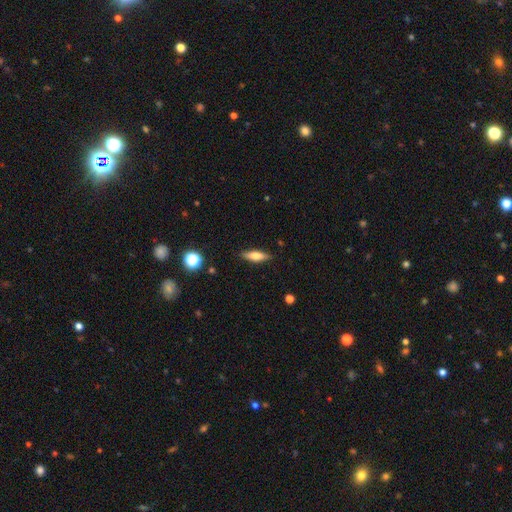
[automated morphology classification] smooth_or_featured: smooth (p=0.62) [alt: featured or disk p=0.30]
how_rounded: cigar-shaped (p=0.55) [alt: in between p=0.42]
merging: none (p=0.86) [alt: minor disturbance p=0.10]